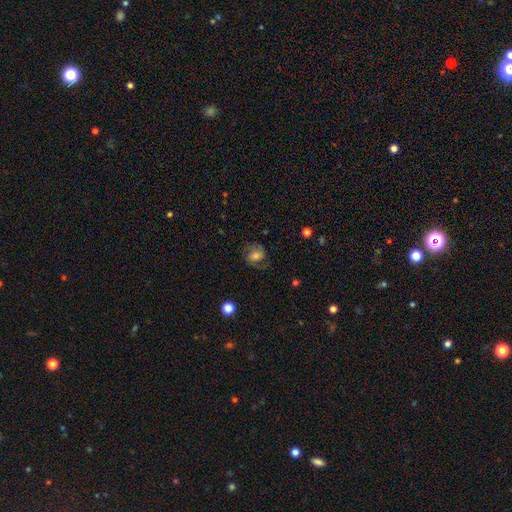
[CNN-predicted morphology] Smooth or featured: featured or disk — 54% (smooth — 36%)
Edge-on disk: no — 97% (yes — 3%)
Bar: no — 47% (weak — 39%)
Spiral arms: yes — 87% (no — 13%)
Bulge size: moderate — 52% (small — 30%)
Merging: none — 68% (minor disturbance — 18%)